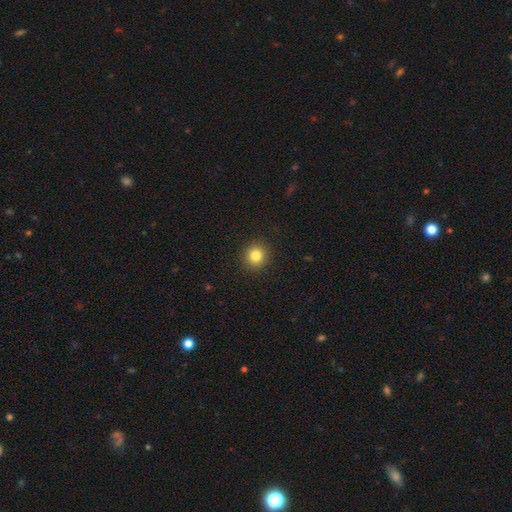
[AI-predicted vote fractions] The model was most divided on "smooth or featured": smooth: 83%, star or artifact: 11%, featured or disk: 6%. More confident: merging — none (92%); how rounded — round (91%).